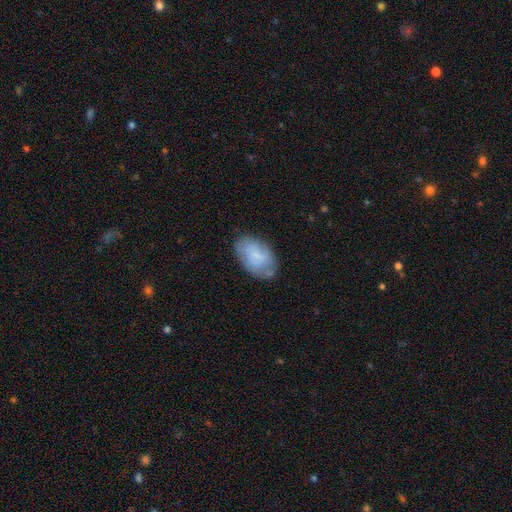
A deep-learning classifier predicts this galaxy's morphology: smooth-or-featured: smooth: 68% | featured or disk: 25% | star or artifact: 7%
  how-rounded: in between: 93% | round: 6% | cigar-shaped: 1%
  merging: none: 67% | minor disturbance: 25% | major disturbance: 7% | merger: 2%